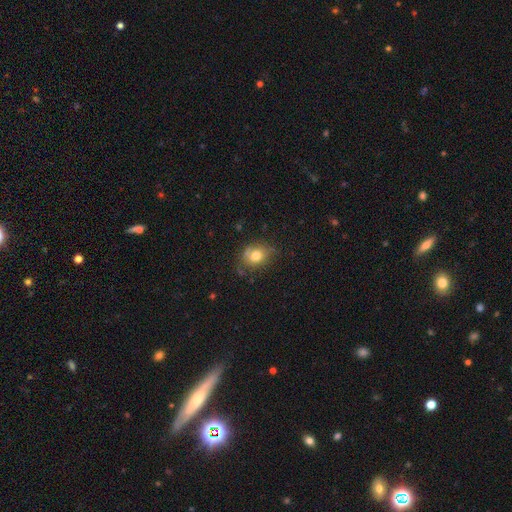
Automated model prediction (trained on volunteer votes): Smooth or featured? Predicted: smooth (p=0.74). How rounded? Predicted: round (p=0.53). Merging? Predicted: none (p=0.63).